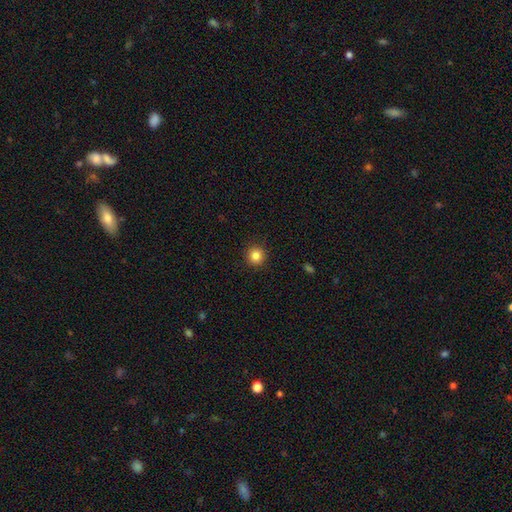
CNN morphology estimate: smooth-or-featured: smooth: 84% | star or artifact: 11% | featured or disk: 5%
  how-rounded: round: 95% | in between: 5% | cigar-shaped: 1%
  merging: none: 92% | minor disturbance: 5% | major disturbance: 2% | merger: 1%